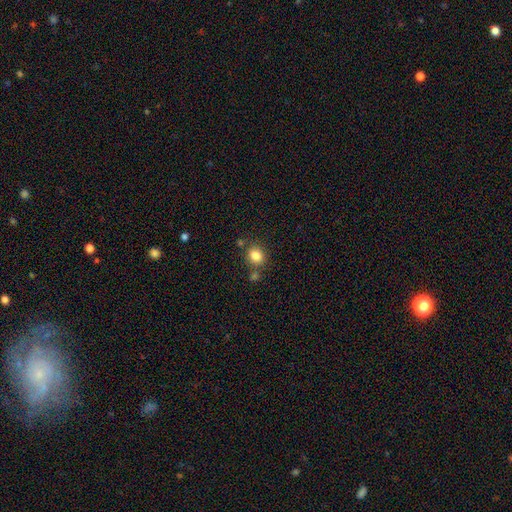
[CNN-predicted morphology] smooth 84%, star or artifact 10%, featured or disk 6%. Down the decision tree: how rounded — round (65%); merging — none (72%).